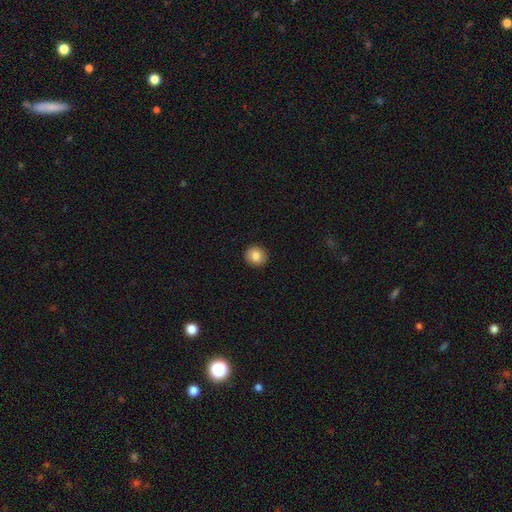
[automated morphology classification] type=smooth (86%); roundness=round (88%); merging=none (91%).